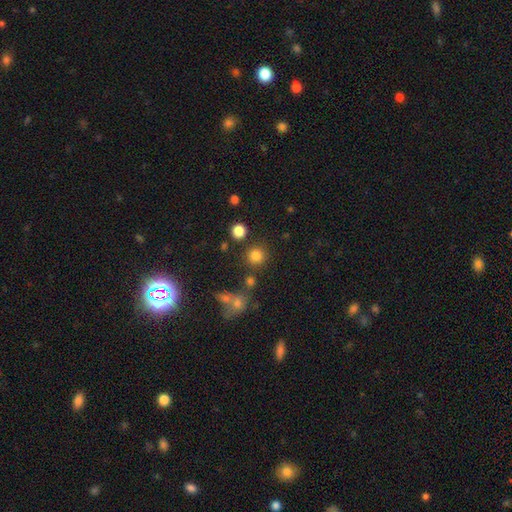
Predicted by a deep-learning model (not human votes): A smooth galaxy with no disk features (80%) that is round (92%).

Vote fractions:
- Smooth or featured? smooth: 80% / star or artifact: 14% / featured or disk: 5%
- How rounded? round: 92% / in between: 7% / cigar-shaped: 1%
- Merging? none: 82% / minor disturbance: 7% / merger: 7% / major disturbance: 4%